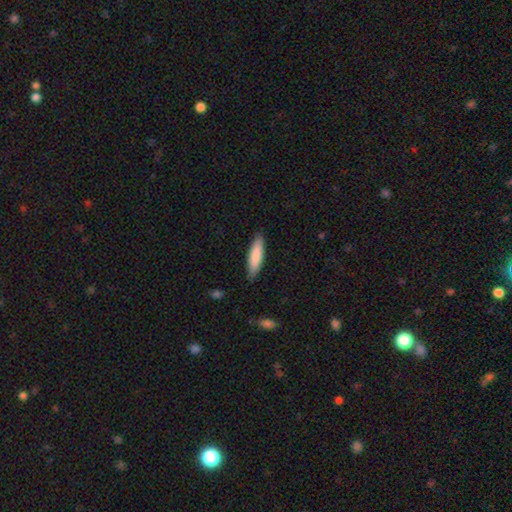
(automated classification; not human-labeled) Smooth or featured?
  - smooth: 84% *
  - featured or disk: 11%
  - star or artifact: 5%
How rounded?
  - cigar-shaped: 72% *
  - in between: 27%
  - round: 1%
Merging?
  - none: 87% *
  - minor disturbance: 10%
  - major disturbance: 2%
  - merger: 1%